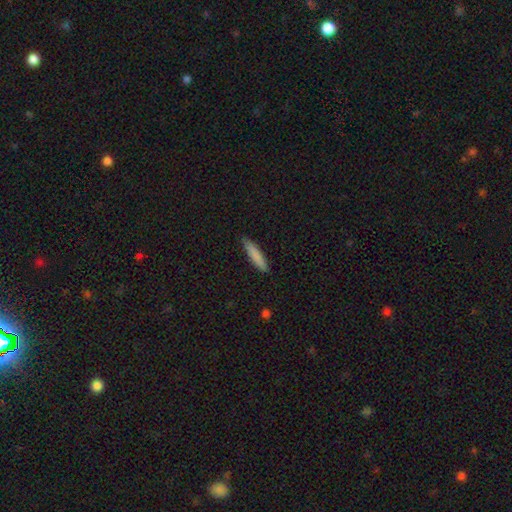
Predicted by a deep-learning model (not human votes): A smooth galaxy with no disk features (82%) that is cigar-shaped (88%). Merging: none (85%).